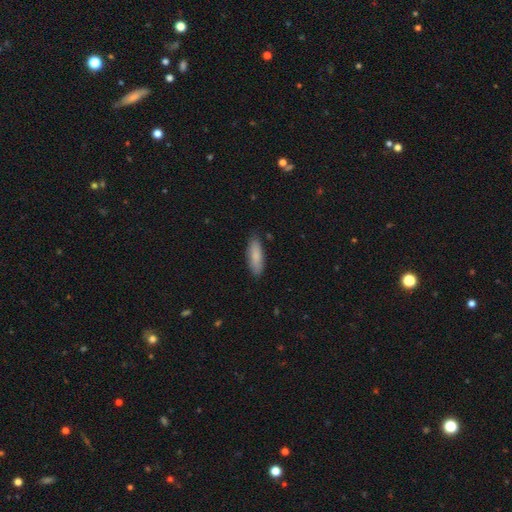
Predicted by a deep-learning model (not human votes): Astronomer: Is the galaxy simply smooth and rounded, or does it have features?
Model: smooth — 83%.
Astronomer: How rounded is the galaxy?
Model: in between — 53% (runner-up: cigar-shaped, 45%).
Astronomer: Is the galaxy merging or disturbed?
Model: none — 84%.